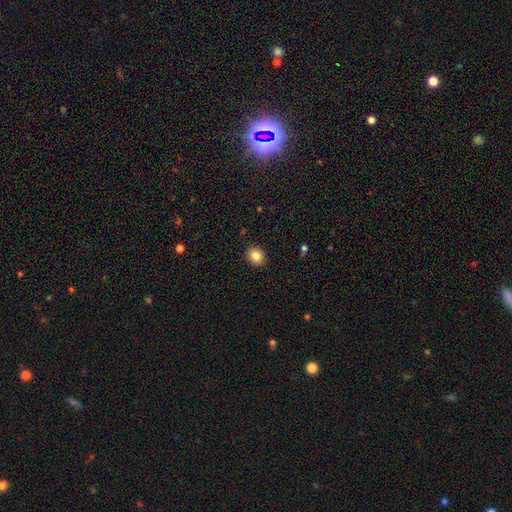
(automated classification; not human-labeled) smooth_or_featured: smooth (p=0.83) [alt: star or artifact p=0.10]
how_rounded: round (p=0.64) [alt: in between p=0.35]
merging: none (p=0.91) [alt: minor disturbance p=0.06]